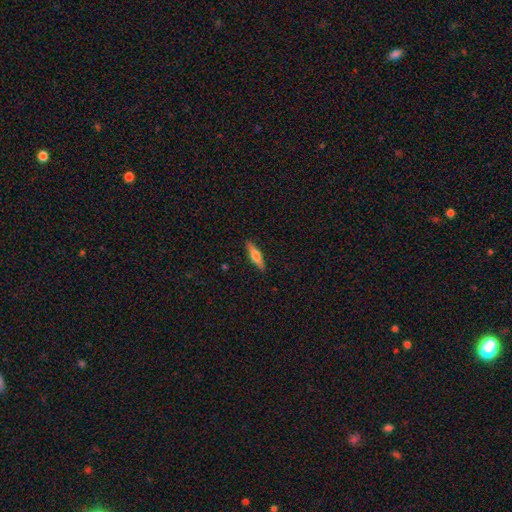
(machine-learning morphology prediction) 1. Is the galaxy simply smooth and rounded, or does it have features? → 55% smooth, 39% featured or disk, 6% star or artifact.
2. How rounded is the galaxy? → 71% cigar-shaped, 27% in between, 2% round.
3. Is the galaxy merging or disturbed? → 89% none, 8% minor disturbance, 2% major disturbance, 1% merger.